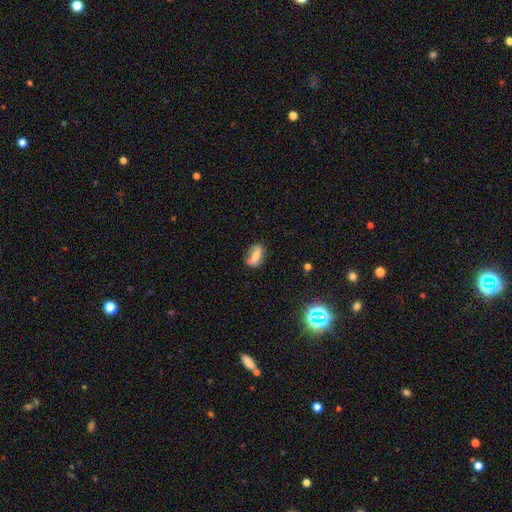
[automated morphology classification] The model was most divided on "smooth or featured": smooth: 50%, featured or disk: 40%, star or artifact: 9%. More confident: how rounded — in between (79%); merging — none (66%).